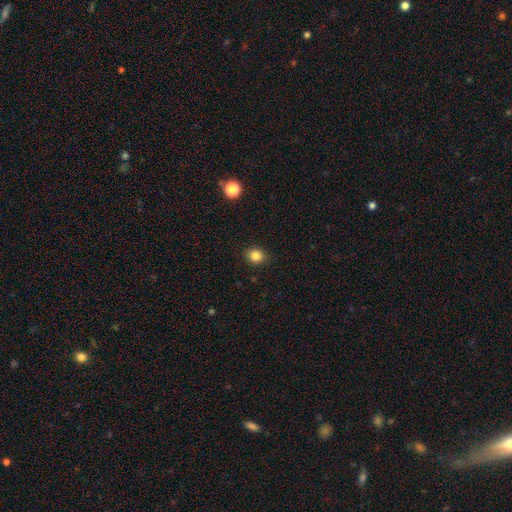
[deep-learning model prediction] Smooth or featured: smooth — 83% (star or artifact — 12%)
How rounded: round — 67% (in between — 32%)
Merging: none — 88% (minor disturbance — 9%)